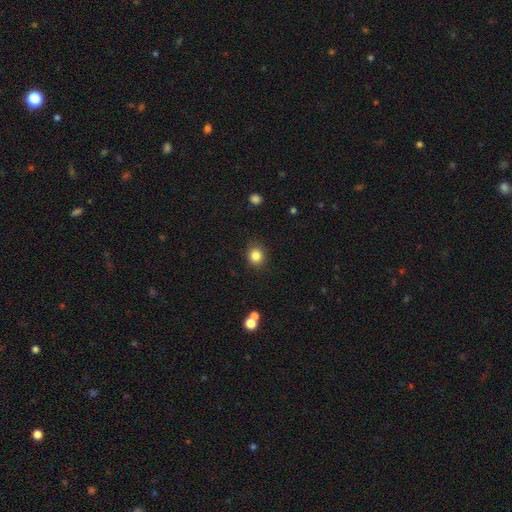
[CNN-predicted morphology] Smooth or featured? Predicted: smooth (p=0.84). How rounded? Predicted: round (p=0.81). Merging? Predicted: none (p=0.86).